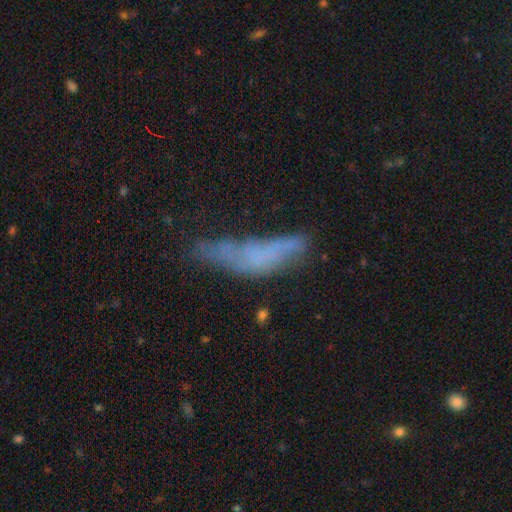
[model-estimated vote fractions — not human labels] smooth-or-featured: smooth: 48% | featured or disk: 37% | star or artifact: 15%
  merging: none: 36% | minor disturbance: 29% | major disturbance: 27% | merger: 8%